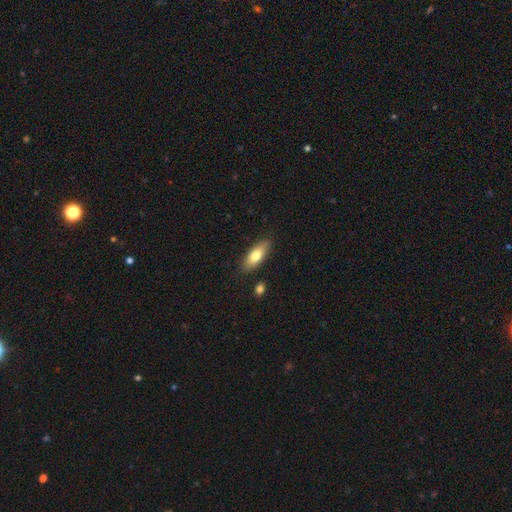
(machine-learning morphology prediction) The model was most divided on "how rounded": in between: 69%, cigar-shaped: 28%, round: 3%. More confident: merging — none (84%); smooth or featured — smooth (74%).